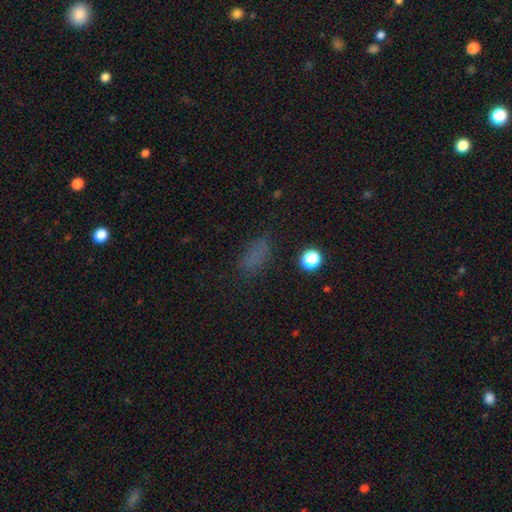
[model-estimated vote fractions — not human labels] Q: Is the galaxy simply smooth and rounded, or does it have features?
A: smooth — 69%.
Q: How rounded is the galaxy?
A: in between — 74%.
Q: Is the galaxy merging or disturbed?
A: none — 75%.